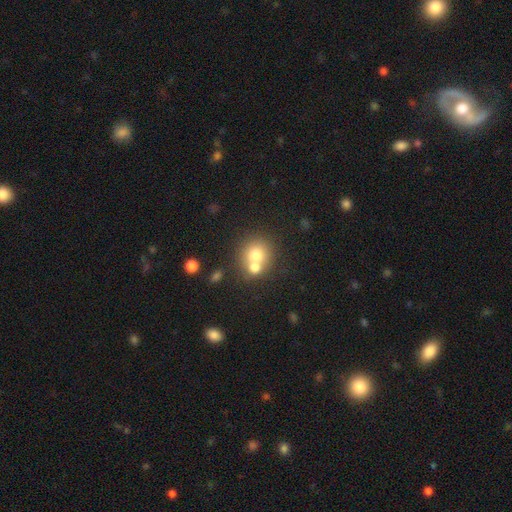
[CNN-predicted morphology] Smooth or featured?
  - smooth: 72% *
  - featured or disk: 17%
  - star or artifact: 11%
How rounded?
  - round: 82% *
  - in between: 17%
  - cigar-shaped: 1%
Merging?
  - merger: 51% *
  - none: 39%
  - minor disturbance: 7%
  - major disturbance: 3%